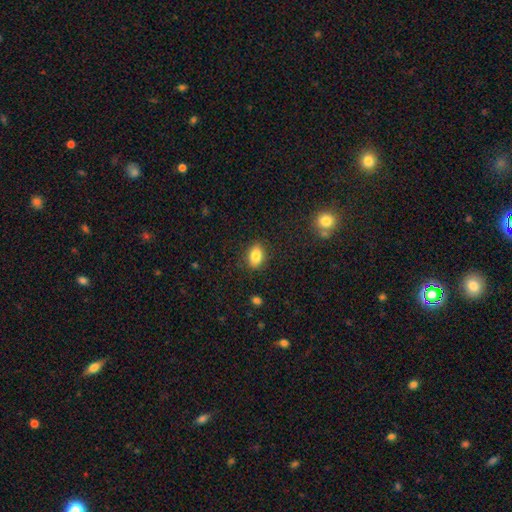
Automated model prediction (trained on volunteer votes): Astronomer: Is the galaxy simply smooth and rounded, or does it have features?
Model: smooth — 85%.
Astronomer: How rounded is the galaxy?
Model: in between — 83%.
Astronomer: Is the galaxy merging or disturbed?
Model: none — 87%.